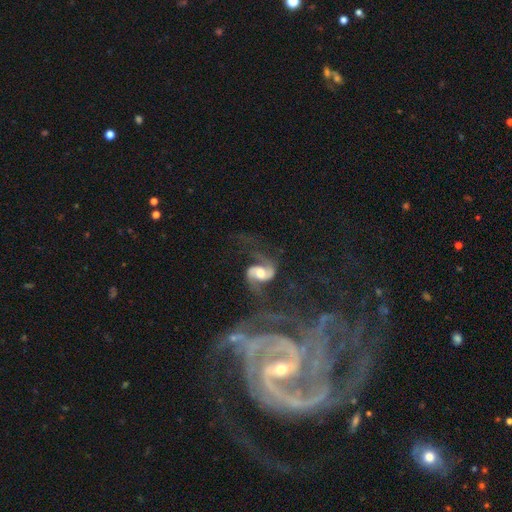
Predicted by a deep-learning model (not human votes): smooth_or_featured: featured or disk (p=0.82) [alt: star or artifact p=0.09]
disk_edge_on: no (p=0.96) [alt: yes p=0.04]
bar: weak (p=0.40) [alt: strong p=0.31]
has_spiral_arms: yes (p=0.93) [alt: no p=0.07]
spiral_winding: medium (p=0.45) [alt: tight p=0.31]
spiral_arm_count: 2 (p=0.63) [alt: can't tell p=0.13]
bulge_size: small (p=0.56) [alt: moderate p=0.33]
merging: none (p=0.35) [alt: merger p=0.24]